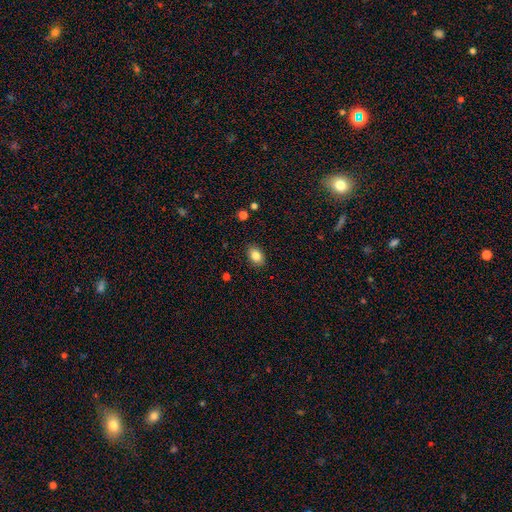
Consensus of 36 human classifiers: Morphology: type=smooth (81%); roundness=in between (66%); merging=none (71%).